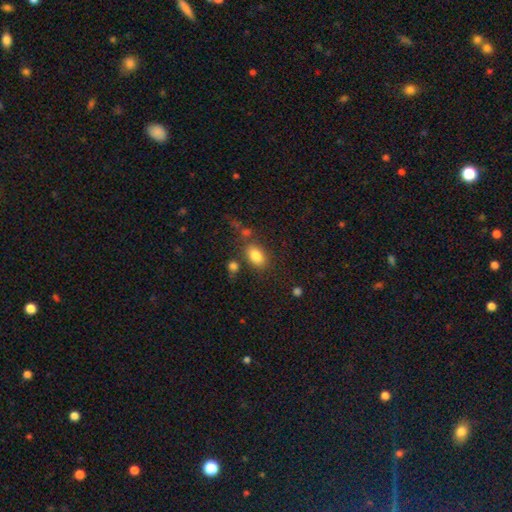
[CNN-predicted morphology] A smooth galaxy with no disk features (83%) that is in between round and cigar-shaped (86%).

Vote fractions:
- Smooth or featured? smooth: 83% / star or artifact: 9% / featured or disk: 8%
- How rounded? in between: 86% / round: 12% / cigar-shaped: 2%
- Merging? none: 72% / minor disturbance: 14% / merger: 9% / major disturbance: 5%